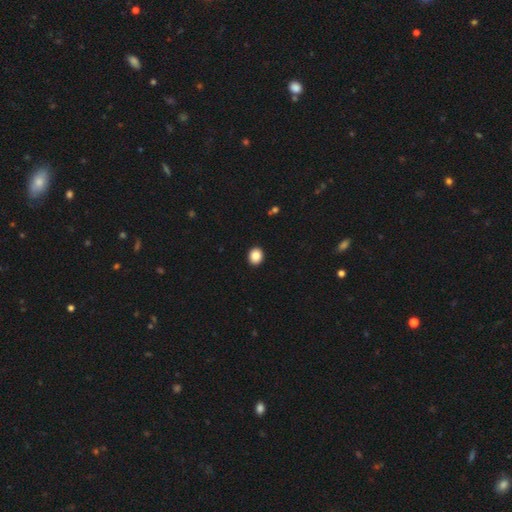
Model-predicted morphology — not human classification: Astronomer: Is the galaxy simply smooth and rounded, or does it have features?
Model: smooth — 87%.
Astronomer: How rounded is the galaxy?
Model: round — 60% (runner-up: in between, 39%).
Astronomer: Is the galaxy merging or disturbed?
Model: none — 93%.